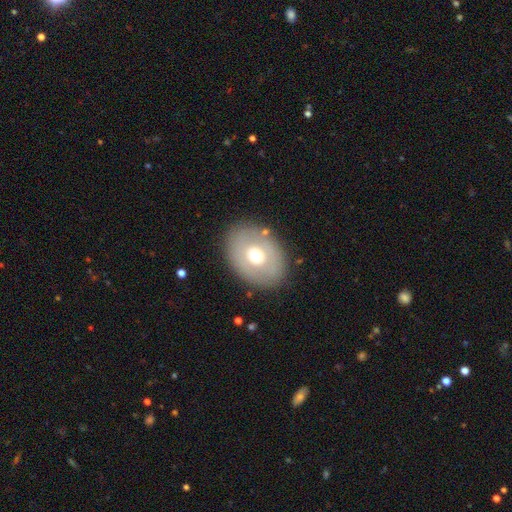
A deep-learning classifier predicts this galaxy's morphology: This appears to be a smooth galaxy with no disk features (56%) that is in between round and cigar-shaped (70%). Merging: none (83%).